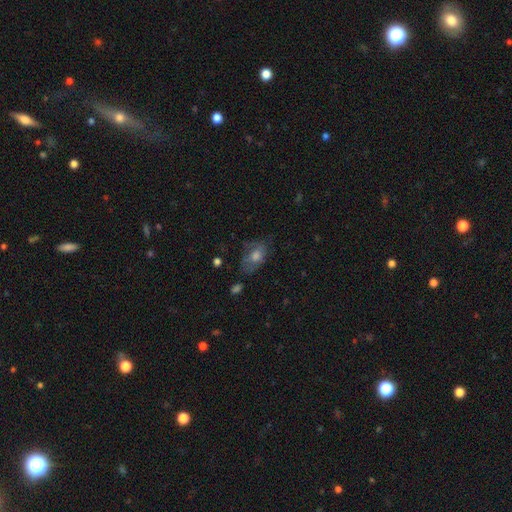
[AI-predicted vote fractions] Overall: smooth (47%; featured or disk 40%). Merging: none (58%; minor disturbance 25%).